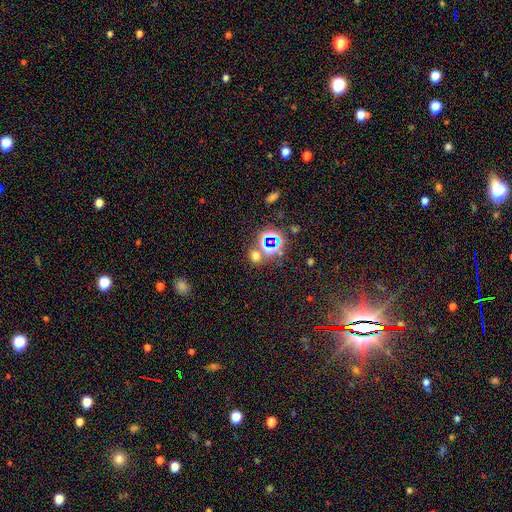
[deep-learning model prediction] This appears to be a star or artifact, not a galaxy (47%).